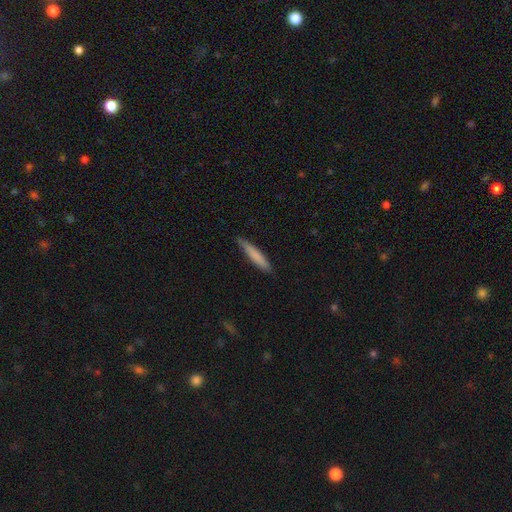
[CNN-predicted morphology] smooth_or_featured: smooth (p=0.78) [alt: featured or disk p=0.16]
how_rounded: cigar-shaped (p=0.92) [alt: in between p=0.07]
merging: none (p=0.83) [alt: minor disturbance p=0.14]